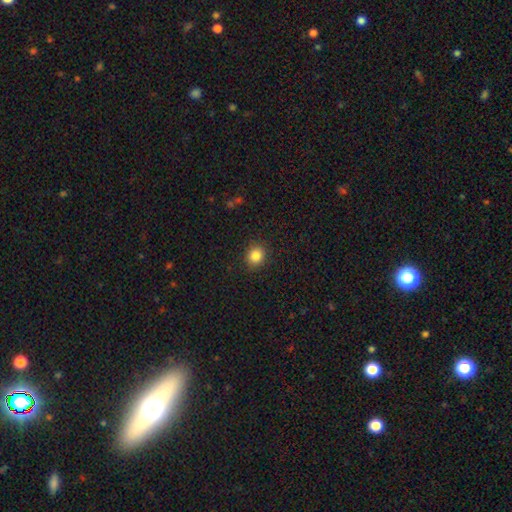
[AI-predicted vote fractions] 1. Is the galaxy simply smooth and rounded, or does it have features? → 85% smooth, 11% star or artifact, 5% featured or disk.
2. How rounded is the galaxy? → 78% round, 21% in between, 1% cigar-shaped.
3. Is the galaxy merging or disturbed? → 89% none, 7% minor disturbance, 2% major disturbance, 1% merger.